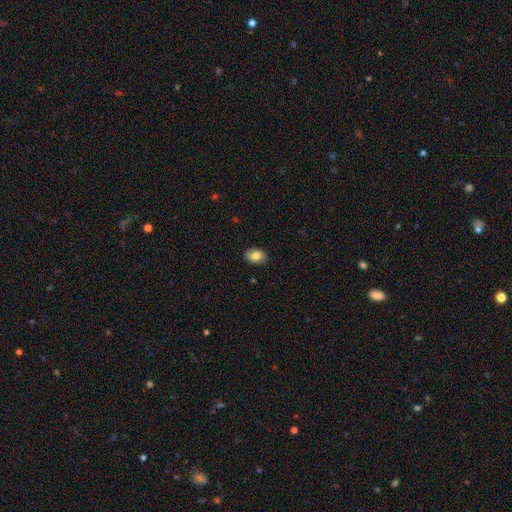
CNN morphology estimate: type=smooth (84%); roundness=in between (83%); merging=none (87%).